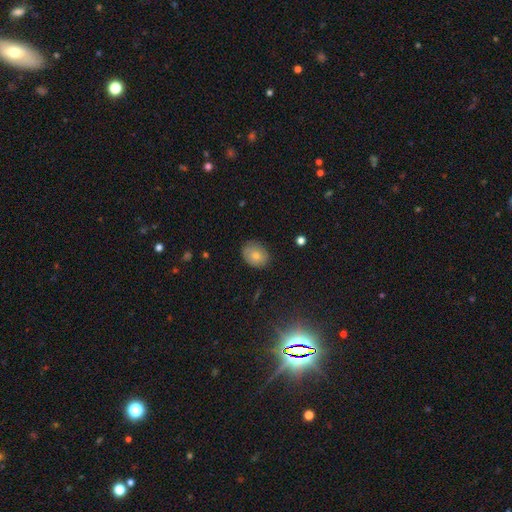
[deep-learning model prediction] A smooth galaxy with no disk features (76%) that is in between round and cigar-shaped (59%).

Vote fractions:
- Smooth or featured? smooth: 76% / featured or disk: 14% / star or artifact: 10%
- How rounded? in between: 59% / round: 40% / cigar-shaped: 1%
- Merging? none: 80% / minor disturbance: 16% / major disturbance: 3% / merger: 1%